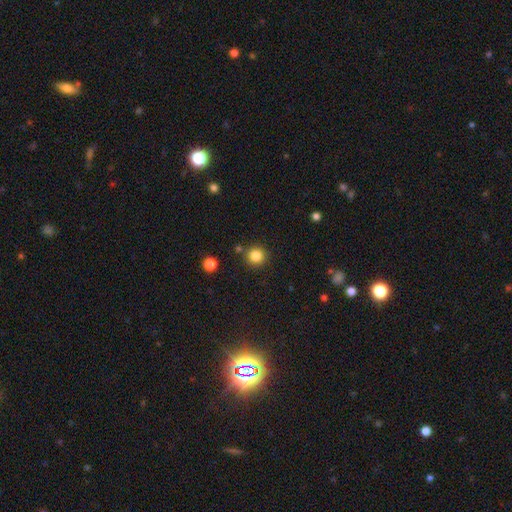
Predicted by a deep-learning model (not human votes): smooth 84%, star or artifact 12%, featured or disk 4%. Down the decision tree: how rounded — round (93%); merging — none (85%).